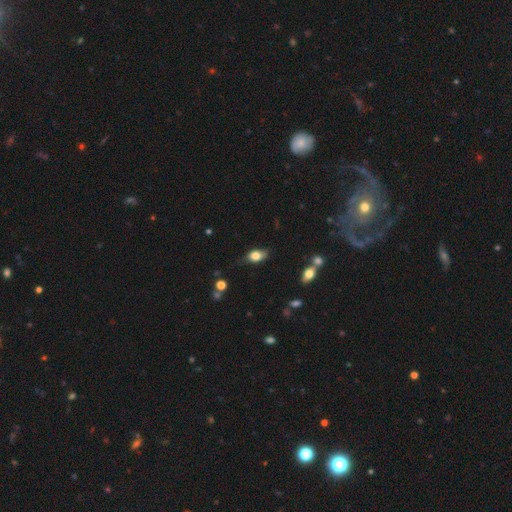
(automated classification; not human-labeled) Q: Smooth or featured?
A: smooth (76%); runner-up: featured or disk (16%)
Q: How rounded?
A: in between (83%); runner-up: round (12%)
Q: Merging?
A: none (67%); runner-up: minor disturbance (24%)